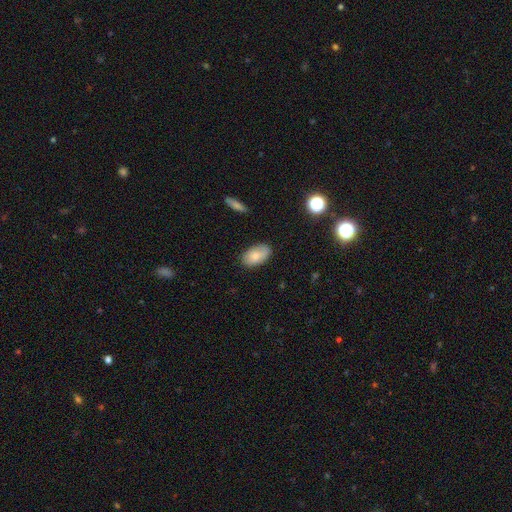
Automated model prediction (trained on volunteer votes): smooth_or_featured: smooth (p=0.78) [alt: featured or disk p=0.14]
how_rounded: in between (p=0.93) [alt: round p=0.06]
merging: none (p=0.80) [alt: minor disturbance p=0.15]